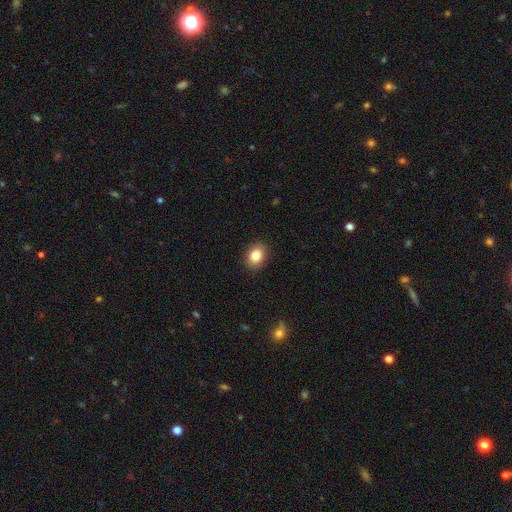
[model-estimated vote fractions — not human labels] Smooth or featured: smooth — 84% (star or artifact — 9%)
How rounded: in between — 57% (round — 42%)
Merging: none — 89% (minor disturbance — 8%)